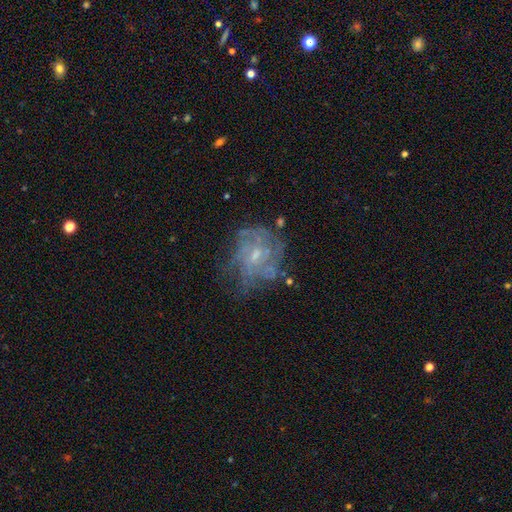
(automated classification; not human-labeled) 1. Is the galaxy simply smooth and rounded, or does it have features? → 71% featured or disk, 16% smooth, 12% star or artifact.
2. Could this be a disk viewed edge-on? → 97% no, 3% yes.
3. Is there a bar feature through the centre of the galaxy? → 53% no, 41% weak, 6% strong.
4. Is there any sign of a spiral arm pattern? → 71% yes, 29% no.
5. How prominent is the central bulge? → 57% small, 32% moderate, 8% none, 2% large, 1% dominant.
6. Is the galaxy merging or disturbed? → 58% none, 21% minor disturbance, 17% major disturbance, 3% merger.